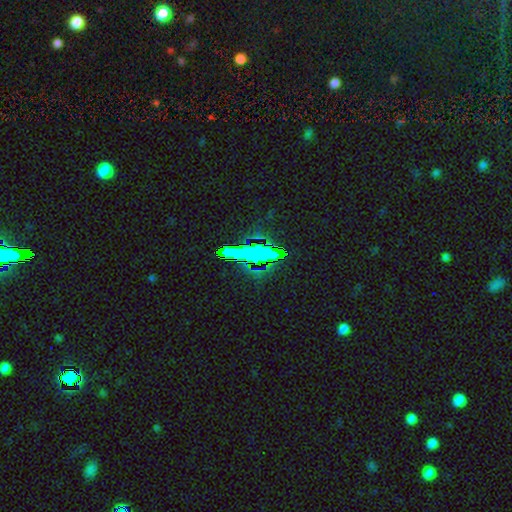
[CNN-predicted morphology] Smooth or featured? Predicted: star or artifact (p=0.64).